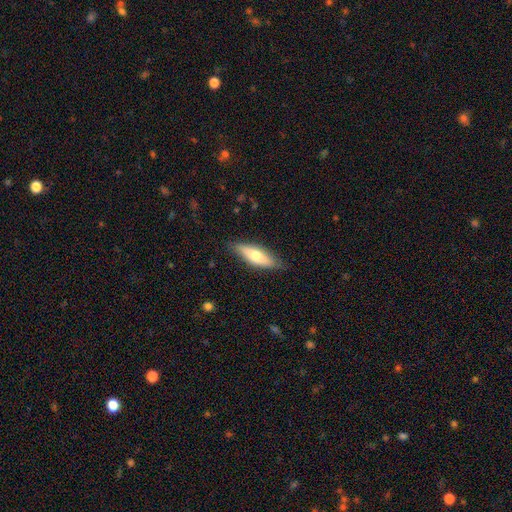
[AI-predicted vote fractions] smooth-or-featured: smooth: 61% | featured or disk: 33% | star or artifact: 6%
  how-rounded: in between: 52% | cigar-shaped: 46% | round: 2%
  merging: none: 83% | minor disturbance: 14% | major disturbance: 3% | merger: 1%